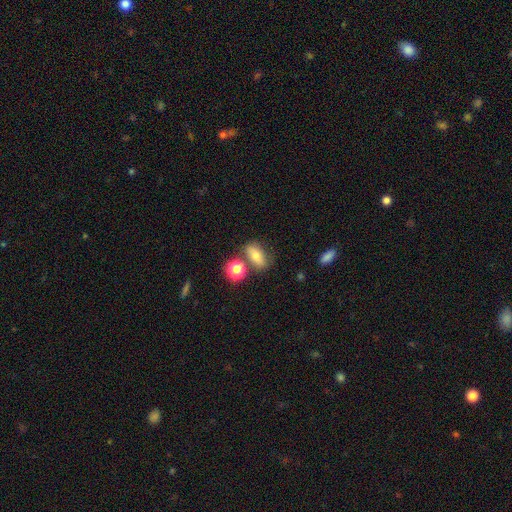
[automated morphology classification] Smooth or featured: smooth — 71% (featured or disk — 17%)
How rounded: in between — 75% (round — 16%)
Merging: none — 63% (minor disturbance — 16%)